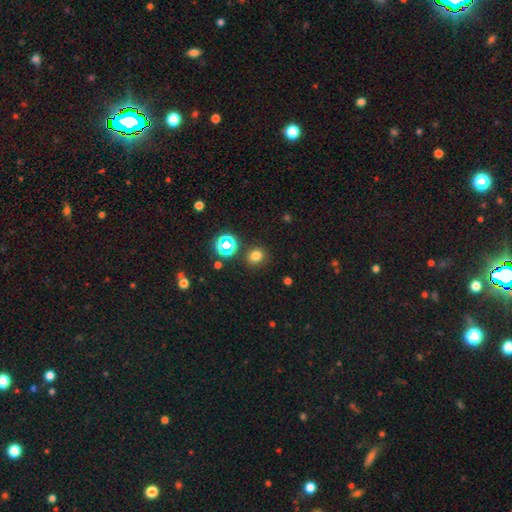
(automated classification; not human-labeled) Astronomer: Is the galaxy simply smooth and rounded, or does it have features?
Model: smooth — 73%.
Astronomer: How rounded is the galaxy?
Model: round — 79%.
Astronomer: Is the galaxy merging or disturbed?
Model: none — 85%.